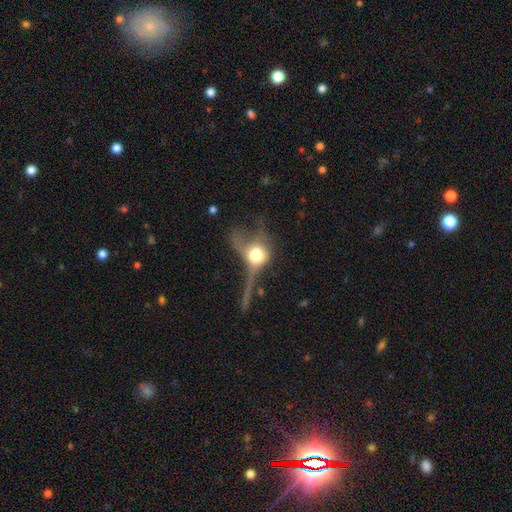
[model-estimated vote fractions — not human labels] This is possibly a smooth galaxy (46%). Merging: possibly major disturbance (51%).